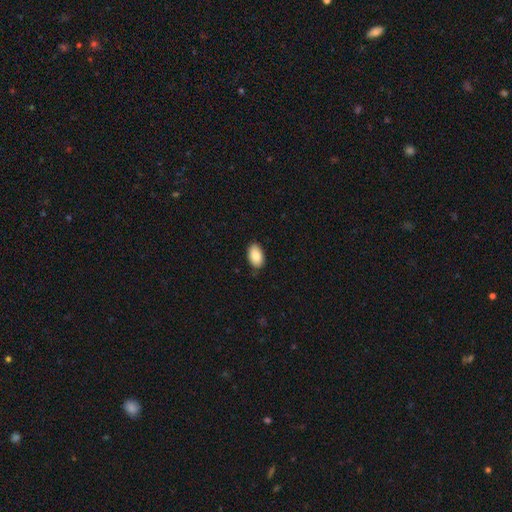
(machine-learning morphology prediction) smooth_or_featured: smooth (p=0.88) [alt: star or artifact p=0.07]
how_rounded: in between (p=0.93) [alt: round p=0.05]
merging: none (p=0.85) [alt: minor disturbance p=0.12]